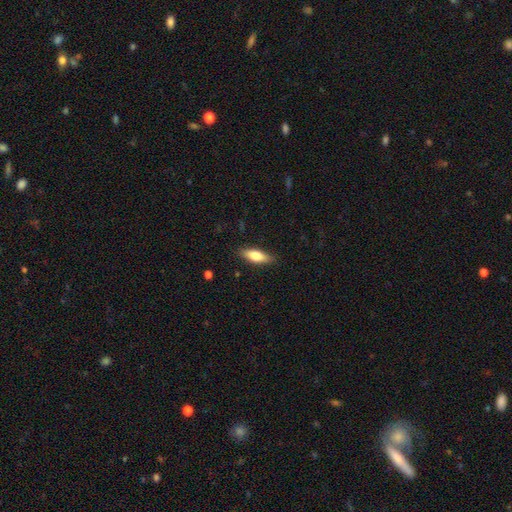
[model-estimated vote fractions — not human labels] A smooth galaxy with no disk features (73%) that is in between round and cigar-shaped (64%).

Vote fractions:
- Smooth or featured? smooth: 73% / featured or disk: 21% / star or artifact: 6%
- How rounded? in between: 64% / cigar-shaped: 33% / round: 2%
- Merging? none: 86% / minor disturbance: 11% / major disturbance: 2% / merger: 1%